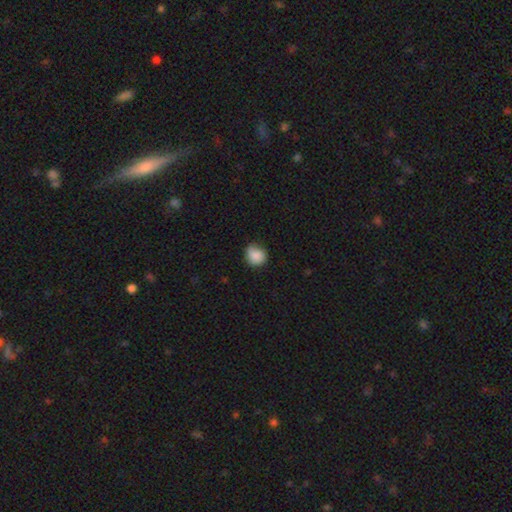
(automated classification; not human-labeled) This is clearly a smooth galaxy (86%). How rounded: likely round (80%). Merging: likely none (67%).